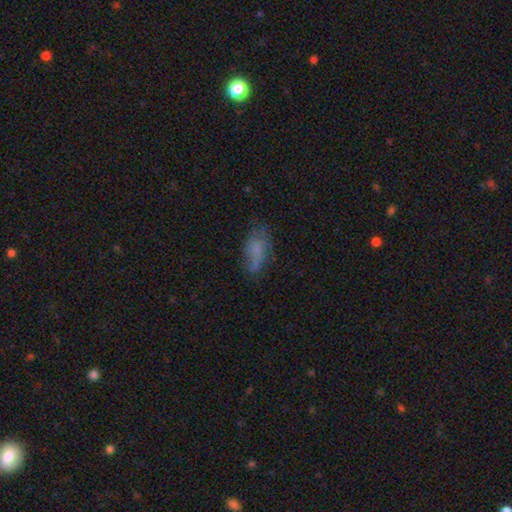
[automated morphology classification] Smooth or featured? Predicted: smooth (p=0.52). How rounded? Predicted: in between (p=0.80). Merging? Predicted: none (p=0.66).